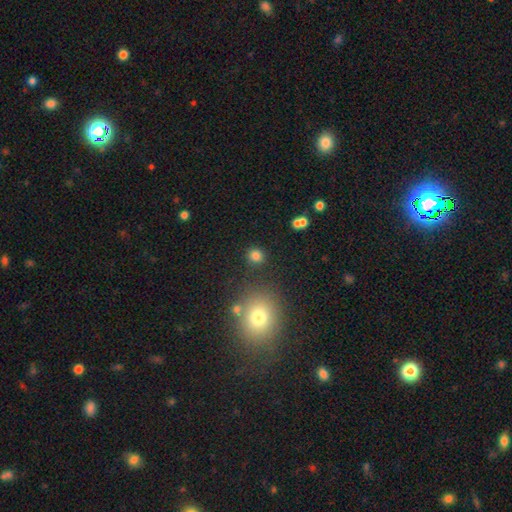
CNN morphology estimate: Smooth or featured?
  - smooth: 81% *
  - star or artifact: 14%
  - featured or disk: 5%
How rounded?
  - round: 83% *
  - in between: 16%
  - cigar-shaped: 1%
Merging?
  - none: 85% *
  - minor disturbance: 8%
  - merger: 4%
  - major disturbance: 3%